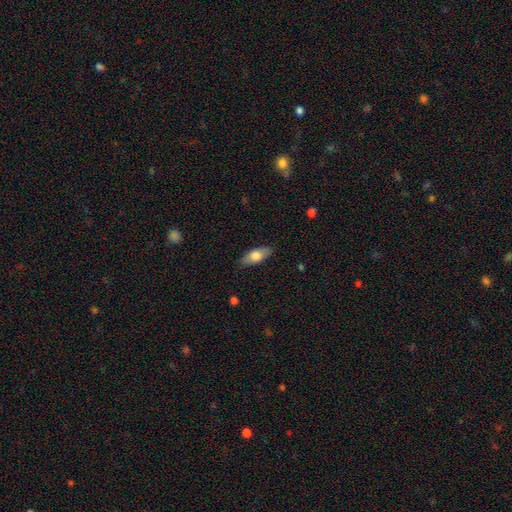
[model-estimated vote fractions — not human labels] smooth_or_featured: smooth (p=0.72) [alt: featured or disk p=0.22]
how_rounded: in between (p=0.80) [alt: cigar-shaped p=0.17]
merging: none (p=0.85) [alt: minor disturbance p=0.11]